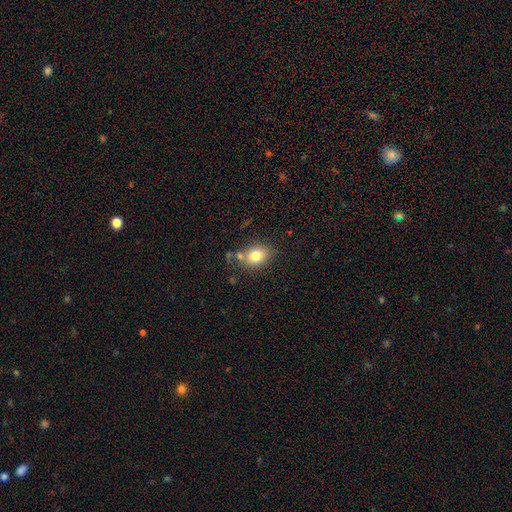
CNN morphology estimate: type=smooth (79%); roundness=in between (54%); merging=none (68%).